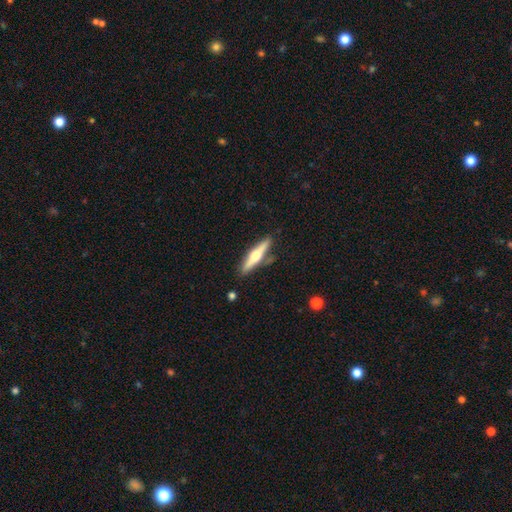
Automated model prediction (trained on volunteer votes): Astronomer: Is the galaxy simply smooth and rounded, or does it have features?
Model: featured or disk — 61%.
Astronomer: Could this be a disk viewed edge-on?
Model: yes — 96%.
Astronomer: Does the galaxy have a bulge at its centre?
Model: rounded — 94%.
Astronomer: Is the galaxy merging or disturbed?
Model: none — 85%.